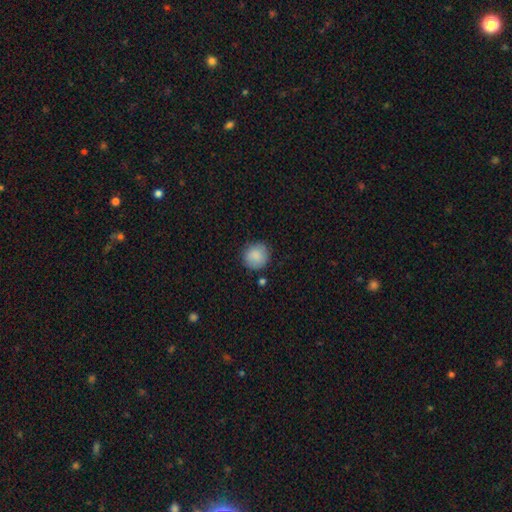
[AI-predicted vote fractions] This appears to be a smooth galaxy with no disk features (88%) that is round (92%). Merging: none (83%).